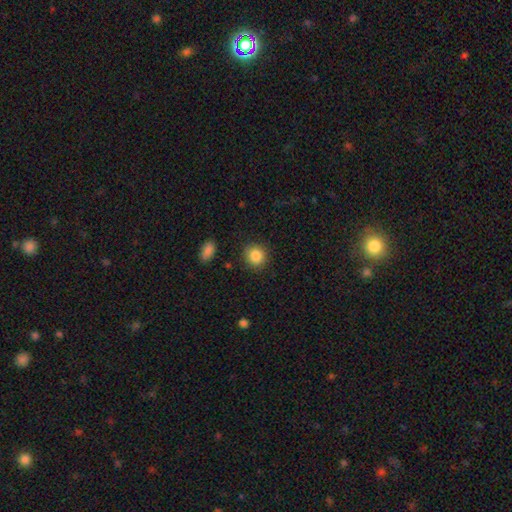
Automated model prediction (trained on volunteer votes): Smooth or featured: smooth — 86% (star or artifact — 9%)
How rounded: round — 85% (in between — 14%)
Merging: none — 87% (minor disturbance — 8%)